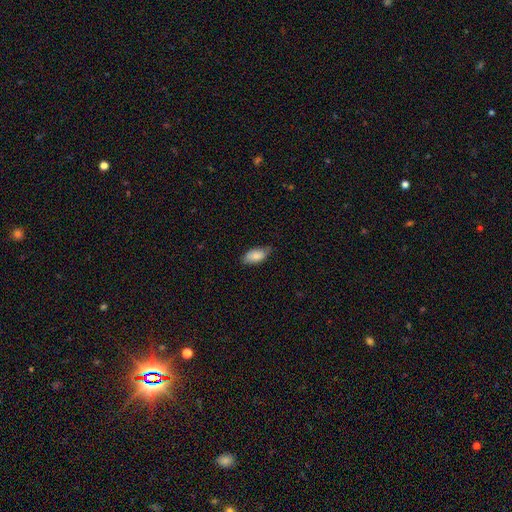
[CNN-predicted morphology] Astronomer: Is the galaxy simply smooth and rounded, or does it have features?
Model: smooth — 82%.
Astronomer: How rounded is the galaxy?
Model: in between — 93%.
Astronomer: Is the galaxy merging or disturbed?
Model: none — 68%.